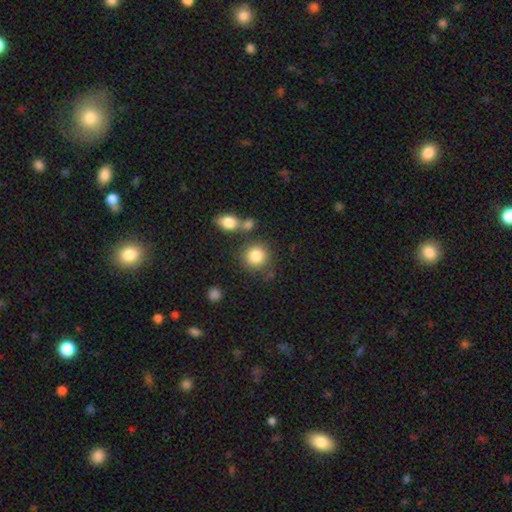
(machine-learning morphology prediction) Smooth or featured?
  - smooth: 84% *
  - star or artifact: 9%
  - featured or disk: 7%
How rounded?
  - round: 88% *
  - in between: 11%
  - cigar-shaped: 1%
Merging?
  - none: 72% *
  - merger: 14%
  - minor disturbance: 10%
  - major disturbance: 4%